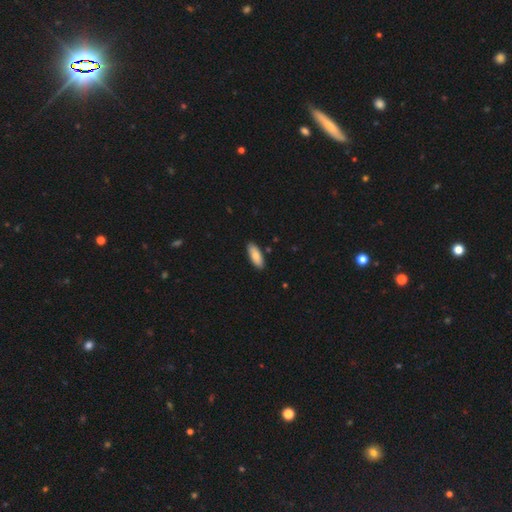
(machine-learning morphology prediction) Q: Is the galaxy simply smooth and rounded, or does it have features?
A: smooth — 82%.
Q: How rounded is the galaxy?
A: in between — 75%.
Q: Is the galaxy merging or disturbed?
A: none — 88%.